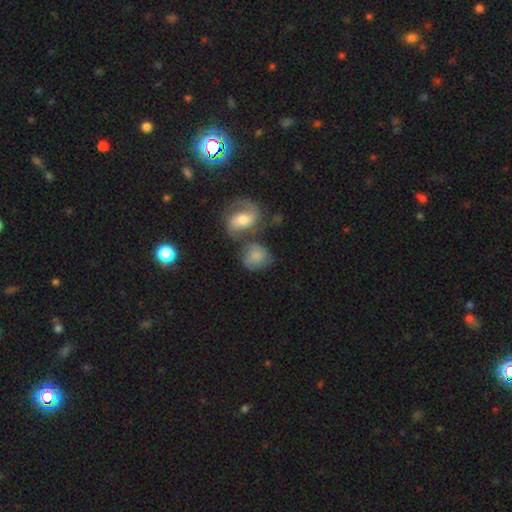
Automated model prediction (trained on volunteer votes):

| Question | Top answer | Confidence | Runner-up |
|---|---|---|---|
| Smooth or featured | smooth | 57% | featured or disk (35%) |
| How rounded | round | 69% | in between (30%) |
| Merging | none | 40% | merger (36%) |